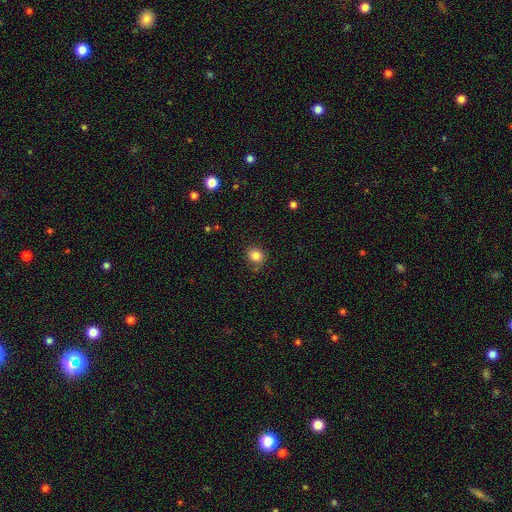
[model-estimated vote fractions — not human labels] smooth_or_featured: smooth (p=0.84) [alt: star or artifact p=0.11]
how_rounded: round (p=0.77) [alt: in between p=0.22]
merging: none (p=0.82) [alt: minor disturbance p=0.12]